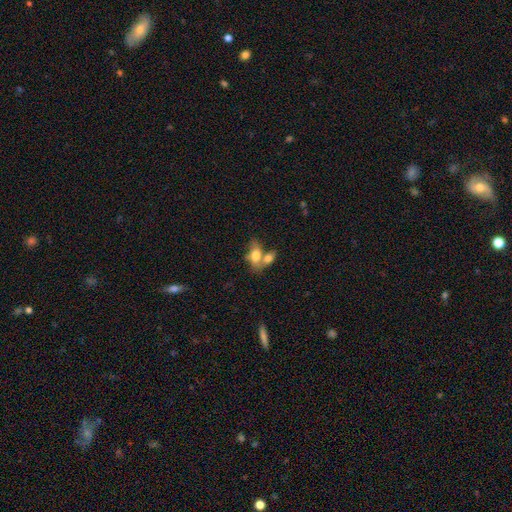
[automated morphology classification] Smooth or featured? Predicted: smooth (p=0.72). How rounded? Predicted: in between (p=0.84). Merging? Predicted: merger (p=0.57).